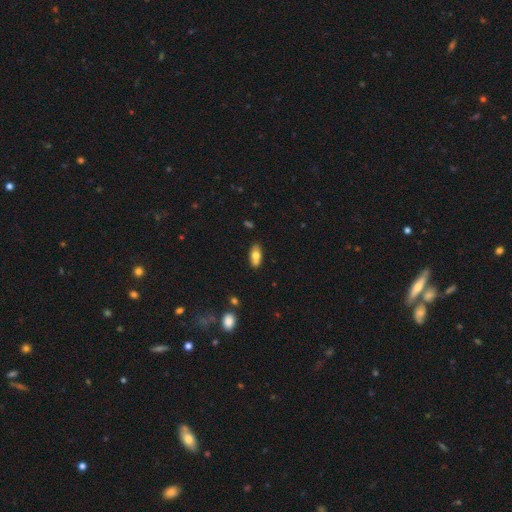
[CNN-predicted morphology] type=smooth (70%); roundness=in between (86%); merging=none (75%).